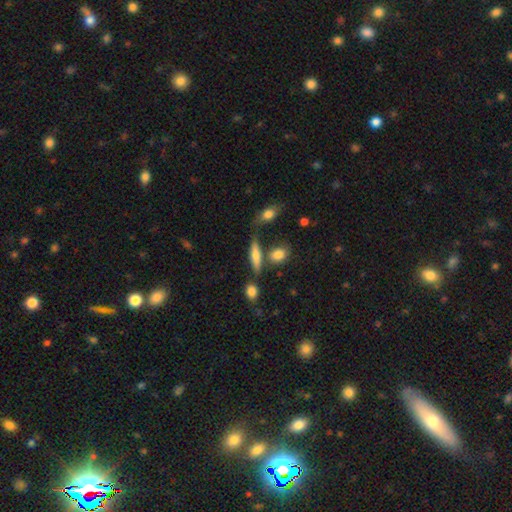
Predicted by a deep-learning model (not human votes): A smooth galaxy with no disk features (62%) that is cigar-shaped (59%). Merging: none (67%).